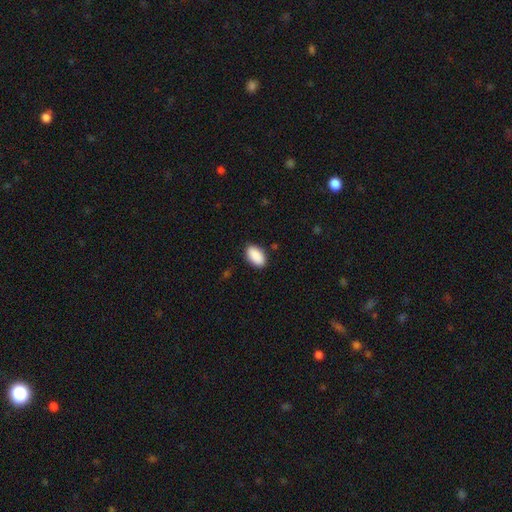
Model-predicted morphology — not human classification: Overall: smooth (91%). How rounded: in between (94%). Merging: none (87%).